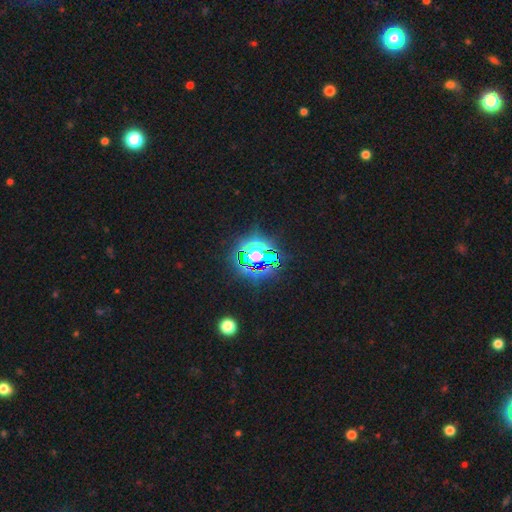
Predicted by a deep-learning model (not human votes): This is likely a star or artifact rather than a galaxy (68%).